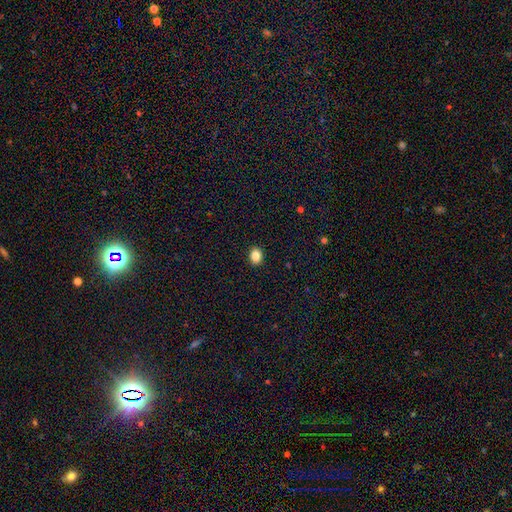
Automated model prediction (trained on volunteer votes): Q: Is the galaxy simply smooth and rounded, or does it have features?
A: smooth — 86%.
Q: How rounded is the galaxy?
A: in between — 61%.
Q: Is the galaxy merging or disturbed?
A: none — 92%.